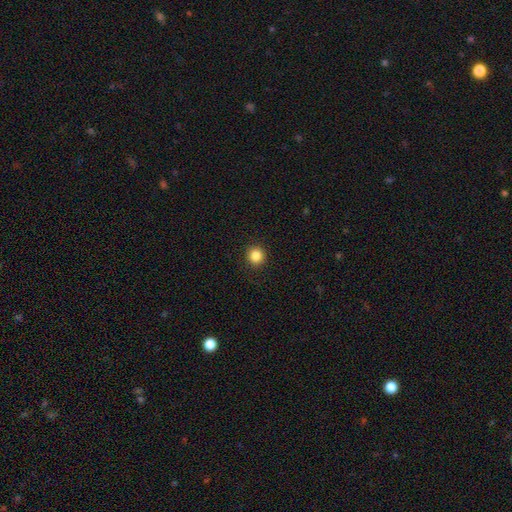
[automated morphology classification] A smooth galaxy with no disk features (85%) that is round (94%).

Vote fractions:
- Smooth or featured? smooth: 85% / star or artifact: 11% / featured or disk: 4%
- How rounded? round: 94% / in between: 5% / cigar-shaped: 1%
- Merging? none: 93% / minor disturbance: 5% / major disturbance: 2% / merger: 1%